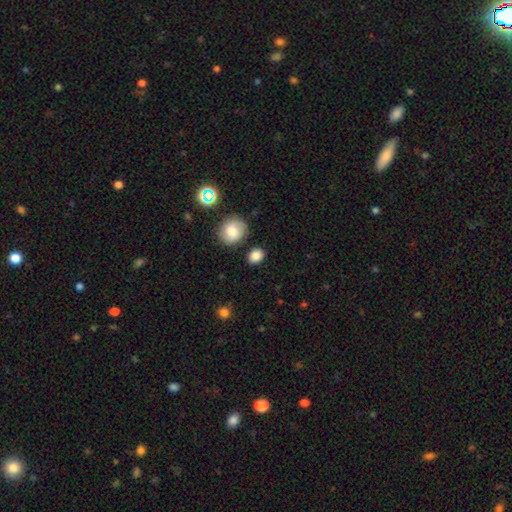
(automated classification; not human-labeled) A smooth galaxy with no disk features (85%) that is in between round and cigar-shaped (56%). Merging: none (83%).